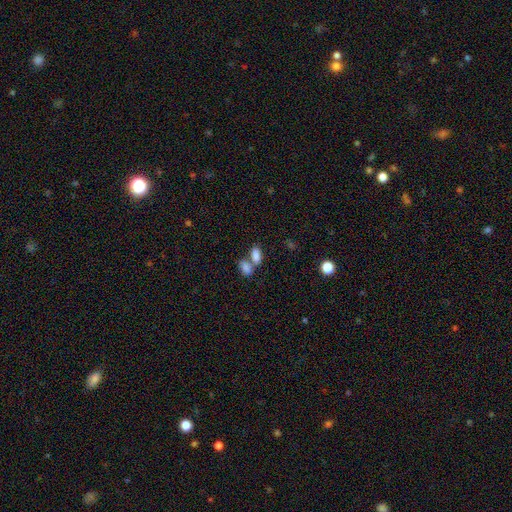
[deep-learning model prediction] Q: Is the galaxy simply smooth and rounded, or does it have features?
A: smooth — 84%.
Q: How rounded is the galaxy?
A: in between — 90%.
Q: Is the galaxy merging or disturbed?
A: merger — 58%.